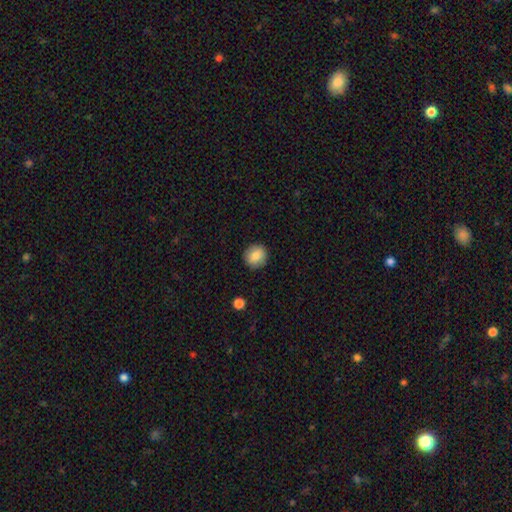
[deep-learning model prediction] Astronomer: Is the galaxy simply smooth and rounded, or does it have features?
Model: smooth — 83%.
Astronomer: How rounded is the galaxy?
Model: round — 89%.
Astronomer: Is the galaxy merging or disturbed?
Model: none — 91%.